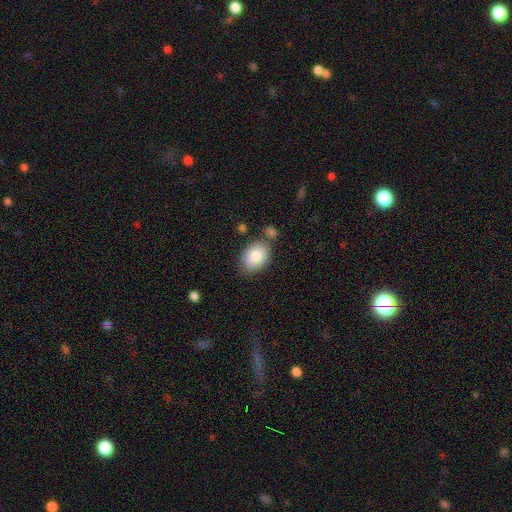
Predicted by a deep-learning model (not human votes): This appears to be a smooth galaxy with no disk features (83%) that is in between round and cigar-shaped (79%). Merging: none (70%).